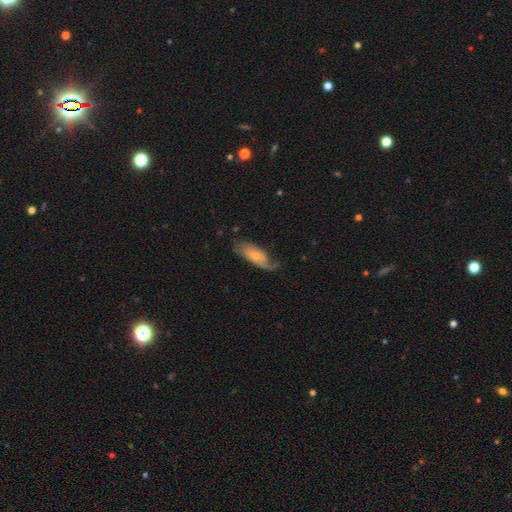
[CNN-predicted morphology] smooth_or_featured: featured or disk (p=0.52) [alt: smooth p=0.42]
disk_edge_on: no (p=0.85) [alt: yes p=0.15]
merging: none (p=0.47) [alt: minor disturbance p=0.29]